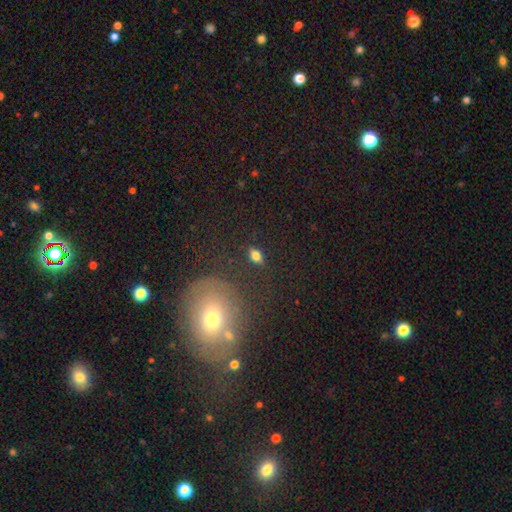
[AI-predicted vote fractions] Smooth or featured?
  - smooth: 72% *
  - featured or disk: 15%
  - star or artifact: 13%
How rounded?
  - in between: 82% *
  - round: 10%
  - cigar-shaped: 7%
Merging?
  - none: 86% *
  - minor disturbance: 10%
  - major disturbance: 3%
  - merger: 2%